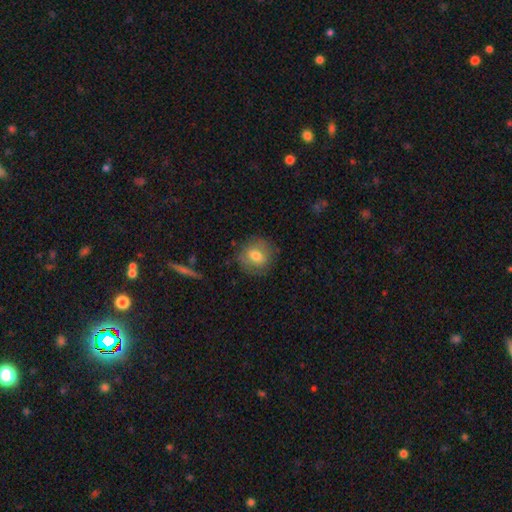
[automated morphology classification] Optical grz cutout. It shows a smooth galaxy with no disk features (68%) that is round (78%). Merging: none (80%).